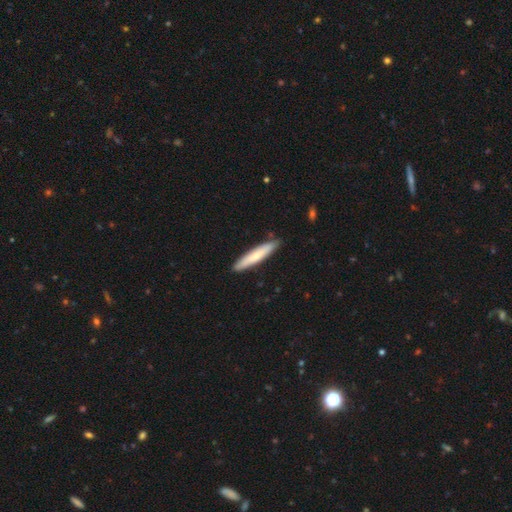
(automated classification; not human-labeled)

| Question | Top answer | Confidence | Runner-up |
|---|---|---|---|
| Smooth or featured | smooth | 70% | featured or disk (25%) |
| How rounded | cigar-shaped | 91% | in between (8%) |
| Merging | none | 87% | minor disturbance (10%) |